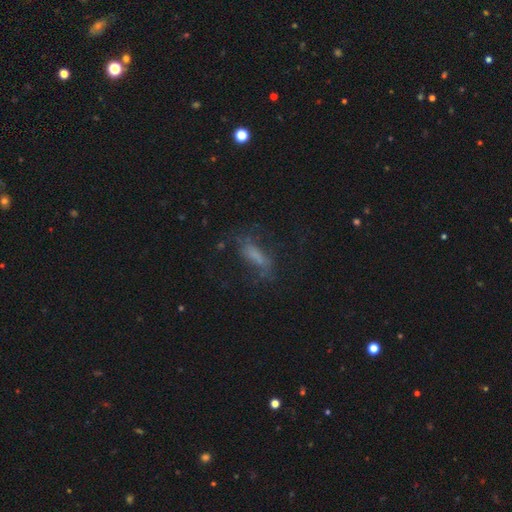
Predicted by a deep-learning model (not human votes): The model was most divided on "smooth or featured": smooth: 45%, featured or disk: 37%, star or artifact: 18%. More confident: merging — none (52%).